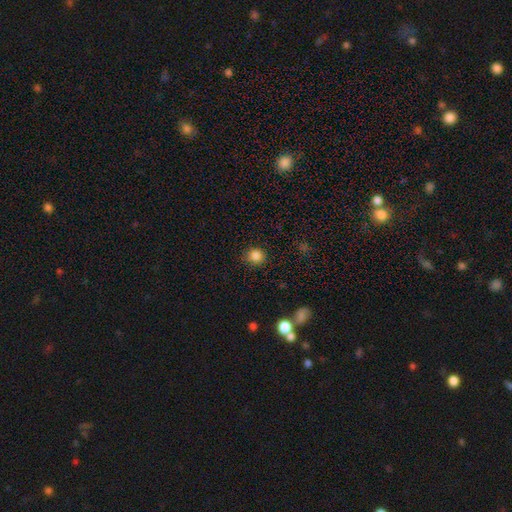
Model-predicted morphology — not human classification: A smooth galaxy with no disk features (85%) that is round (87%). Merging: none (87%).